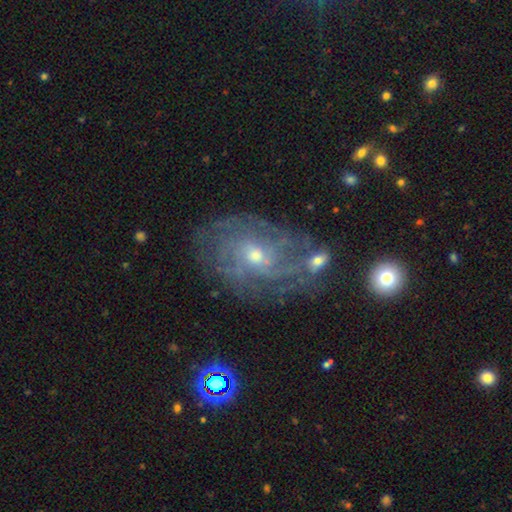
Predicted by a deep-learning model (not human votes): Smooth or featured? Predicted: featured or disk (p=0.80). Edge-on disk? Predicted: no (p=0.96). Bar? Predicted: no (p=0.72). Spiral arms? Predicted: yes (p=0.88). Spiral winding? Predicted: tight (p=0.56). Spiral arm count? Predicted: can't tell (p=0.43). Bulge size? Predicted: small (p=0.49). Merging? Predicted: none (p=0.63).